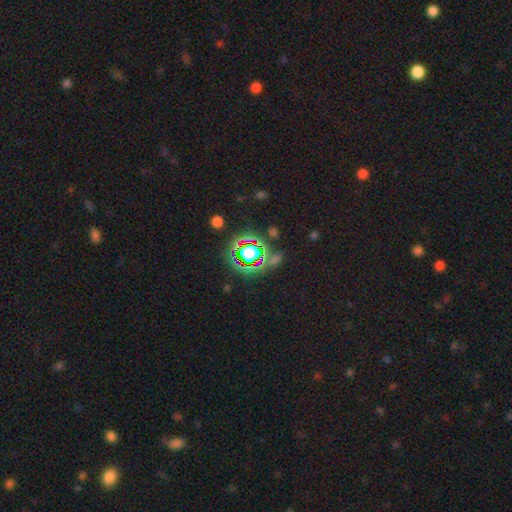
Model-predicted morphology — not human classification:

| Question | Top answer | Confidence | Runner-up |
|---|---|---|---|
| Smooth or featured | star or artifact | 77% | smooth (14%) |